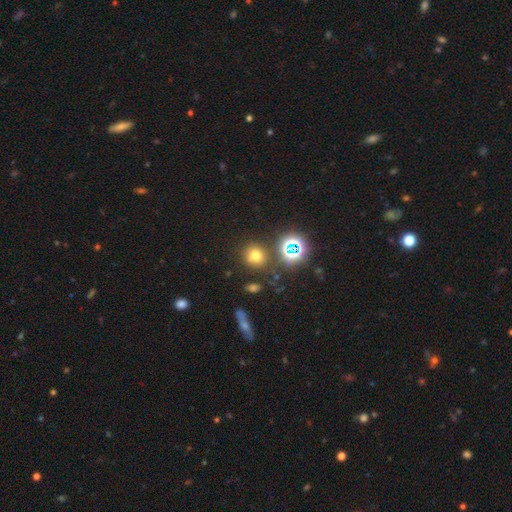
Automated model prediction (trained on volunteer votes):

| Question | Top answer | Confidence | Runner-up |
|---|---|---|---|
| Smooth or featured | smooth | 64% | star or artifact (26%) |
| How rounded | round | 87% | in between (12%) |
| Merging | none | 81% | minor disturbance (9%) |